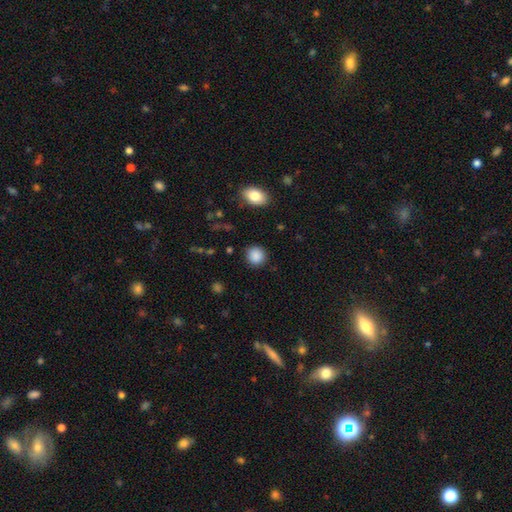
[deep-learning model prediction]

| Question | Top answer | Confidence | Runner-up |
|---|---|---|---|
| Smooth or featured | smooth | 88% | star or artifact (9%) |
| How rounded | round | 88% | in between (11%) |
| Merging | none | 88% | minor disturbance (8%) |